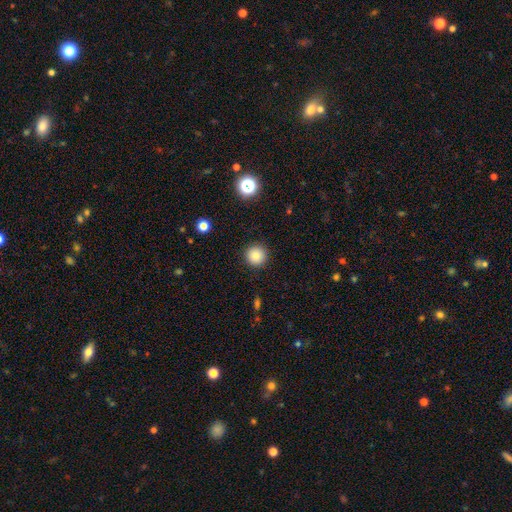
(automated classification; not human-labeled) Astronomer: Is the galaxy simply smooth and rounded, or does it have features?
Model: smooth — 84%.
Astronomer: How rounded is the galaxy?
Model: round — 95%.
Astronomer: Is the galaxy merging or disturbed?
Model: none — 91%.